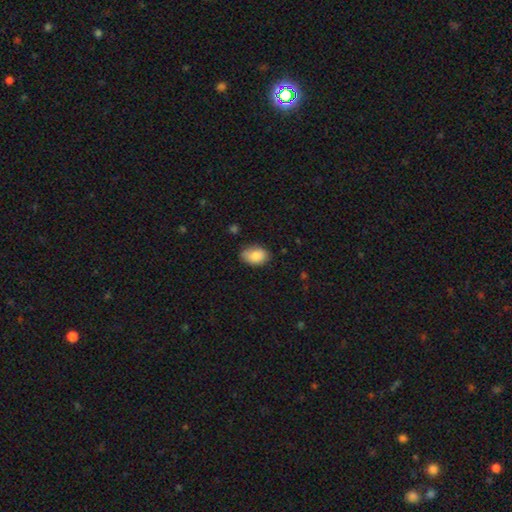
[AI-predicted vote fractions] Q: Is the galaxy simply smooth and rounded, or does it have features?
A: smooth — 84%.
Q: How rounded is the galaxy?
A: in between — 83%.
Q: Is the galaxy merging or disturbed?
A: none — 73%.